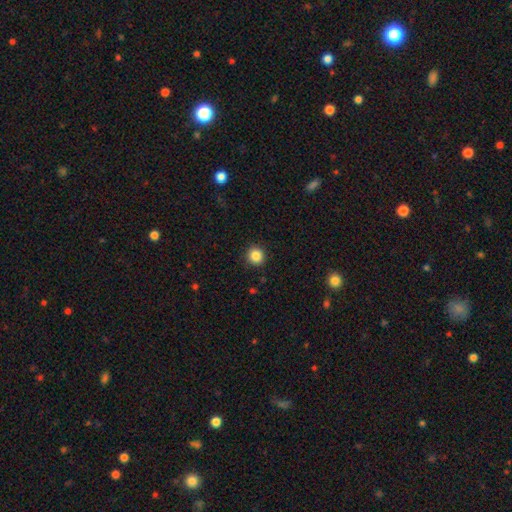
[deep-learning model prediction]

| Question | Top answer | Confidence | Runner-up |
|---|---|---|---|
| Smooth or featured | smooth | 86% | star or artifact (10%) |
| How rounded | round | 93% | in between (6%) |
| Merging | none | 91% | minor disturbance (6%) |